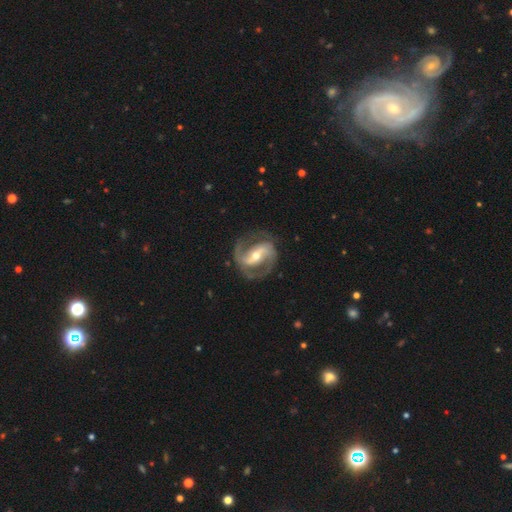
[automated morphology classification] smooth-or-featured: featured or disk: 90% | smooth: 6% | star or artifact: 4%
  disk-edge-on: no: 97% | yes: 3%
    bar: strong: 55% | weak: 31% | no: 14%
    has-spiral-arms: yes: 96% | no: 4%
      spiral-winding: medium: 56% | tight: 27% | loose: 18%
      spiral-arm-count: 2: 91% | can't tell: 3% | 3: 2% | 1: 2% | 4: 1% | more than 4: 1%
    bulge-size: moderate: 55% | small: 40% | large: 3% | none: 1% | dominant: 1%
  merging: none: 78% | minor disturbance: 13% | major disturbance: 7% | merger: 1%